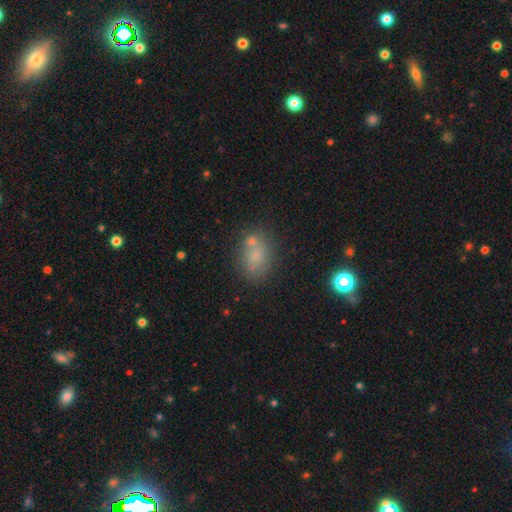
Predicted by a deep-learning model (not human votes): Overall: smooth (69%). How rounded: in between (64%; round 34%). Merging: none (61%).